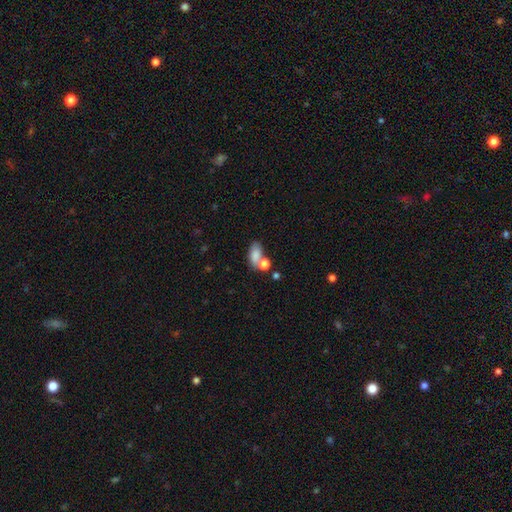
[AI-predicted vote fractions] Smooth or featured? Predicted: smooth (p=0.80). How rounded? Predicted: in between (p=0.87). Merging? Predicted: none (p=0.40).